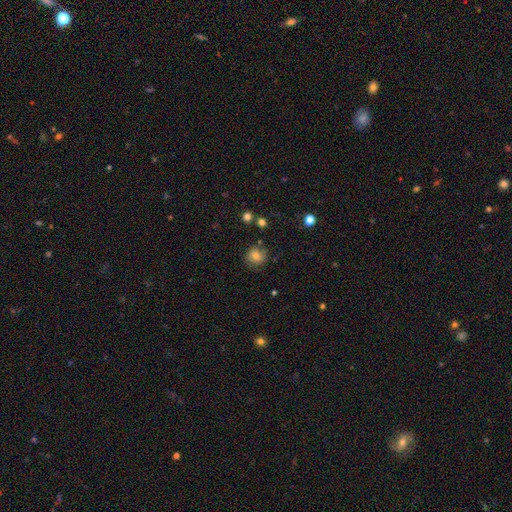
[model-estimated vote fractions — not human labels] Smooth or featured? Predicted: smooth (p=0.75). How rounded? Predicted: round (p=0.87). Merging? Predicted: none (p=0.81).